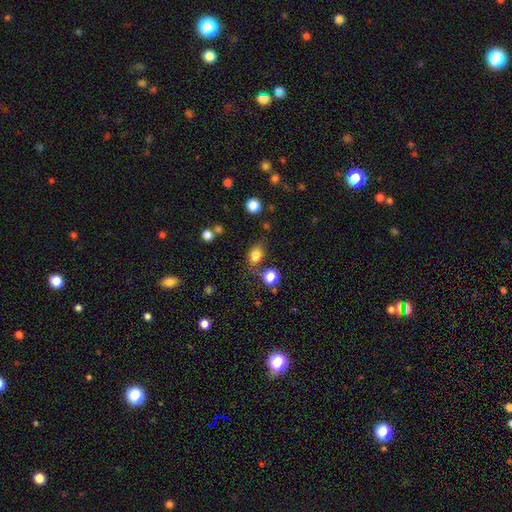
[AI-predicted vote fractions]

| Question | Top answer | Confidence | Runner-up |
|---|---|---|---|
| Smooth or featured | smooth | 80% | star or artifact (12%) |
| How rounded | in between | 68% | round (30%) |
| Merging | none | 68% | minor disturbance (18%) |